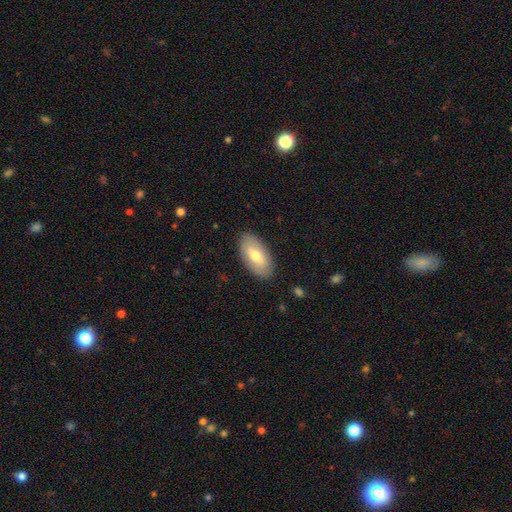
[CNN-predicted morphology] Smooth or featured: smooth — 68% (featured or disk — 27%)
How rounded: in between — 94% (cigar-shaped — 3%)
Merging: none — 87% (minor disturbance — 10%)